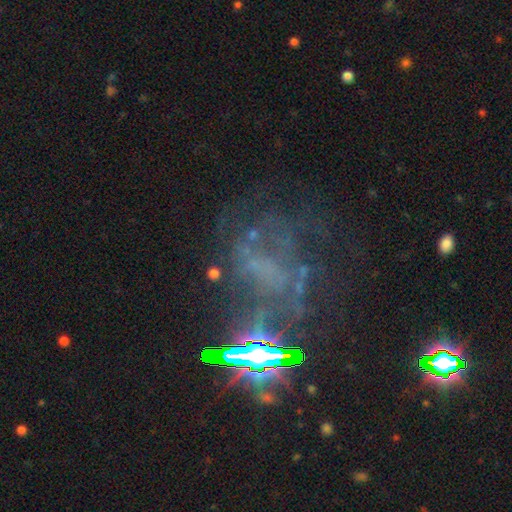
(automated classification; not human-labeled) smooth_or_featured: star or artifact (p=0.45) [alt: featured or disk p=0.41]